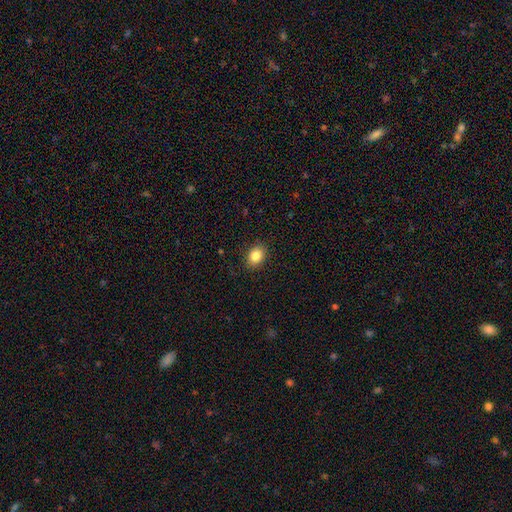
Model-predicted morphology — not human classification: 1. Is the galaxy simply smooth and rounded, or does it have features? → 84% smooth, 10% star or artifact, 6% featured or disk.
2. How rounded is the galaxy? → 56% in between, 43% round, 1% cigar-shaped.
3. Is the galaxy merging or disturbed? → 88% none, 9% minor disturbance, 2% major disturbance, 1% merger.